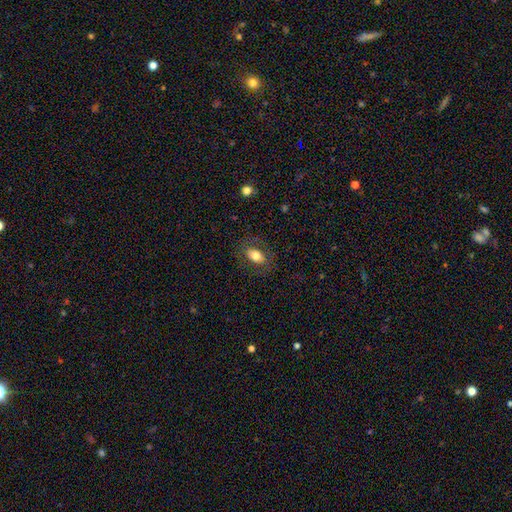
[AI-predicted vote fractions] smooth-or-featured: smooth: 74% | featured or disk: 18% | star or artifact: 8%
  how-rounded: in between: 87% | round: 12% | cigar-shaped: 2%
  merging: none: 81% | minor disturbance: 12% | major disturbance: 6% | merger: 1%